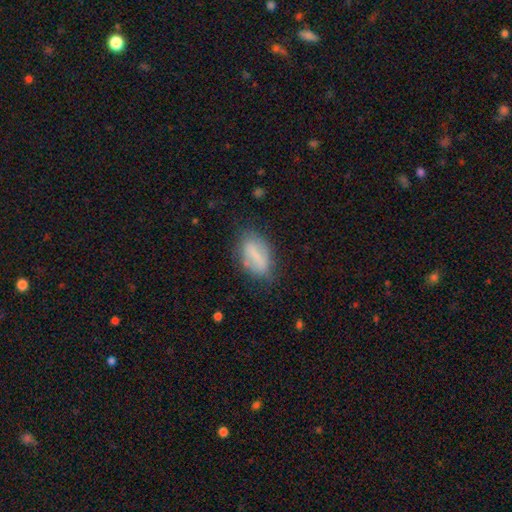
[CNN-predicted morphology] This is likely a smooth galaxy (61%). How rounded: clearly in between (82%). Merging: likely none (71%).